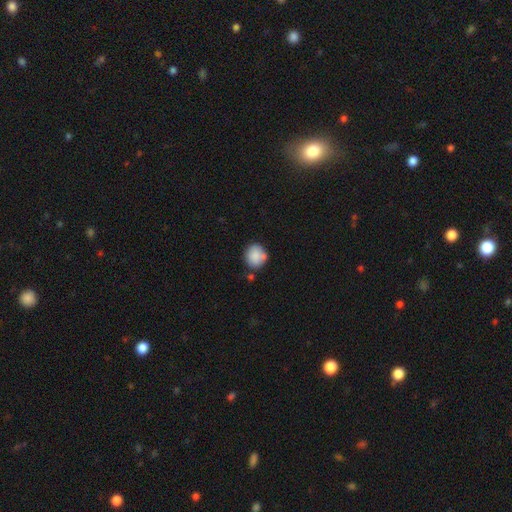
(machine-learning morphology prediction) type=smooth (83%); roundness=round (82%); merging=none (64%).